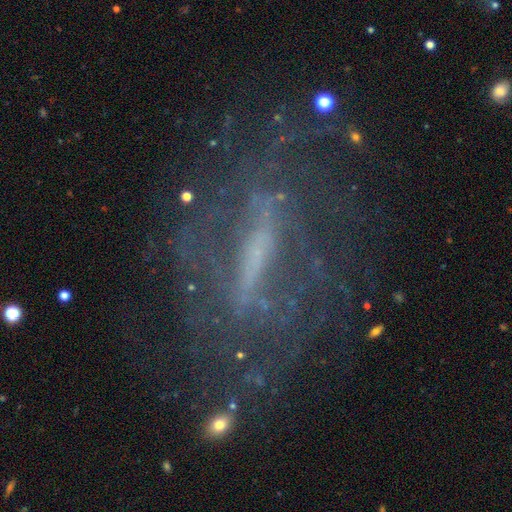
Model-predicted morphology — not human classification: Overall: featured or disk (70%). Edge-on disk: no (61%; yes 39%). Merging: none (68%).